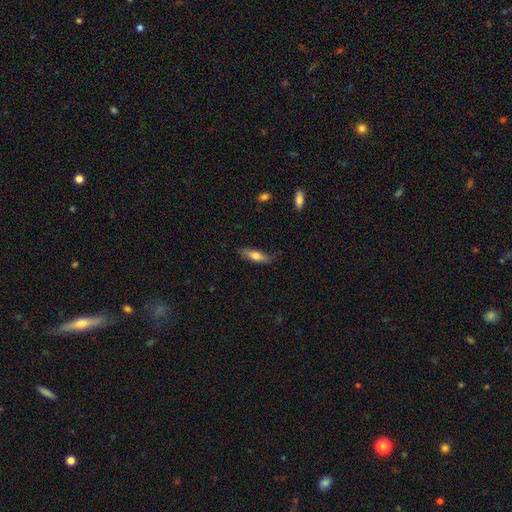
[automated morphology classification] This is likely a smooth galaxy (67%). How rounded: possibly cigar-shaped (53%). Merging: likely none (71%).